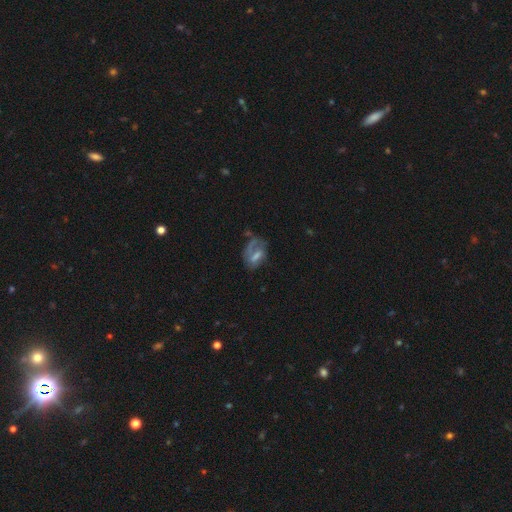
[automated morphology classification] Smooth or featured?
  - featured or disk: 54% *
  - smooth: 32%
  - star or artifact: 14%
Edge-on disk?
  - no: 93% *
  - yes: 7%
Bar?
  - no: 39% * (tied)
  - weak: 39% * (tied)
  - strong: 21%
Spiral arms?
  - yes: 59% *
  - no: 41%
Bulge size?
  - small: 34% * (tied)
  - moderate: 34% * (tied)
  - none: 25%
  - large: 6%
  - dominant: 2%
Merging?
  - none: 44% *
  - major disturbance: 27%
  - minor disturbance: 23%
  - merger: 6%